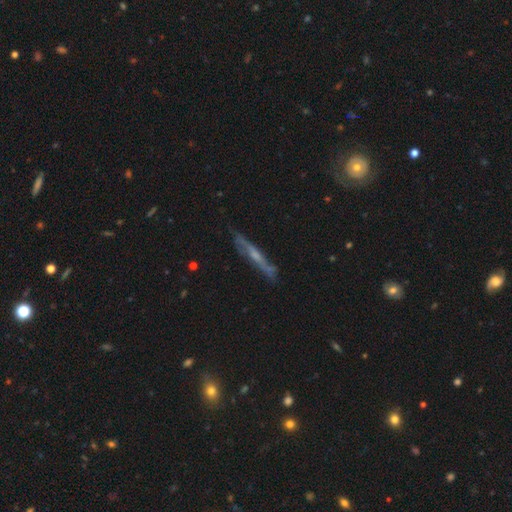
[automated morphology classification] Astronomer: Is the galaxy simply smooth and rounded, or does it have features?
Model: featured or disk — 69%.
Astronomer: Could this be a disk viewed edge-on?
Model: yes — 80%.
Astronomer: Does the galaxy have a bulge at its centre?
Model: rounded — 51% (runner-up: none, 38%).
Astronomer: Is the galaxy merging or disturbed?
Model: none — 76%.